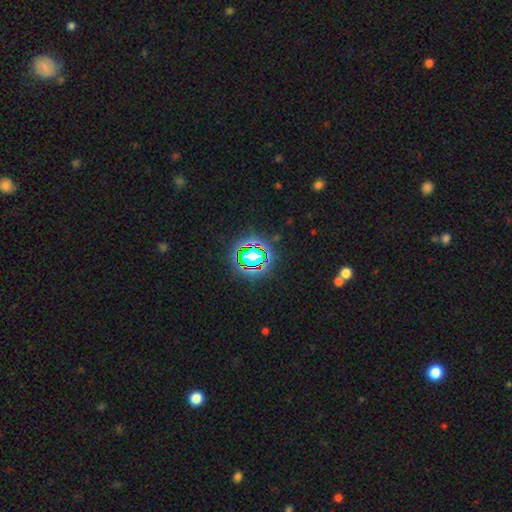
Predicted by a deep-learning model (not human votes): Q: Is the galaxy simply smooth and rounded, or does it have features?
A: star or artifact — 62%.